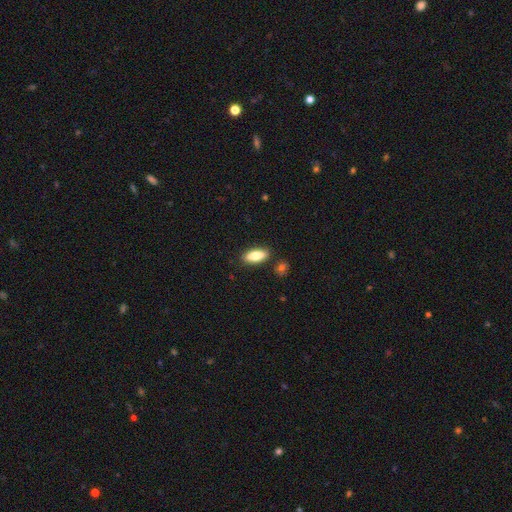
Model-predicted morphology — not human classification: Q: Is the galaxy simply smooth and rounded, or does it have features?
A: smooth — 83%.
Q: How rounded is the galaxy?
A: in between — 74%.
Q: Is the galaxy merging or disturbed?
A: none — 85%.